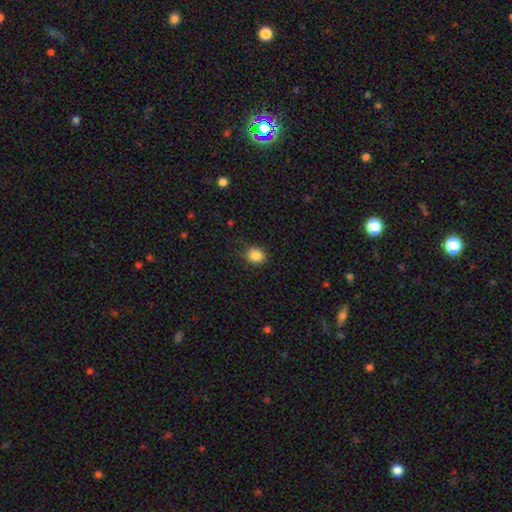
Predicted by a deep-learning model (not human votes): Smooth or featured?
  - smooth: 85% *
  - star or artifact: 10%
  - featured or disk: 5%
How rounded?
  - round: 65% *
  - in between: 34%
  - cigar-shaped: 1%
Merging?
  - none: 79% *
  - minor disturbance: 16%
  - major disturbance: 4%
  - merger: 1%